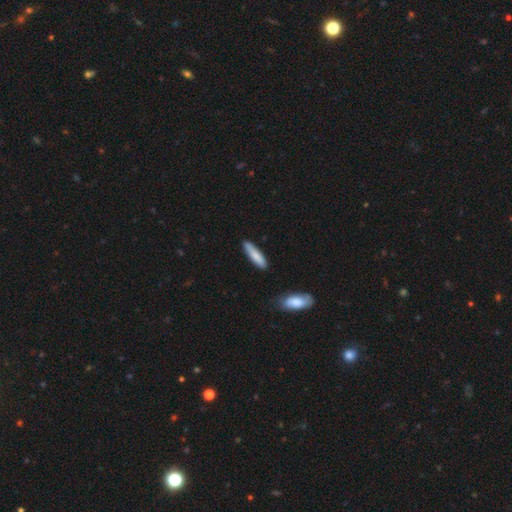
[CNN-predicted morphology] Smooth or featured?
  - smooth: 81% *
  - featured or disk: 14%
  - star or artifact: 5%
How rounded?
  - cigar-shaped: 76% *
  - in between: 22%
  - round: 1%
Merging?
  - none: 81% *
  - minor disturbance: 14%
  - merger: 3%
  - major disturbance: 2%